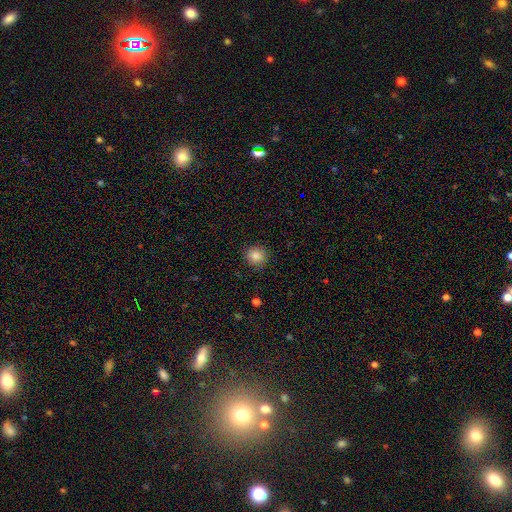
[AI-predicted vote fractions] A smooth galaxy with no disk features (85%) that is round (91%).

Vote fractions:
- Smooth or featured? smooth: 85% / star or artifact: 10% / featured or disk: 5%
- How rounded? round: 91% / in between: 8% / cigar-shaped: 1%
- Merging? none: 89% / minor disturbance: 8% / major disturbance: 2% / merger: 1%